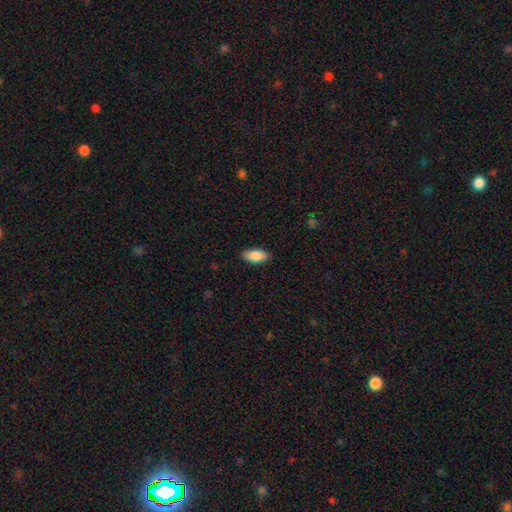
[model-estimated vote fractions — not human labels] The model was most divided on "merging": none: 87%, minor disturbance: 10%, major disturbance: 2%, merger: 1%. More confident: how rounded — in between (88%); smooth or featured — smooth (88%).